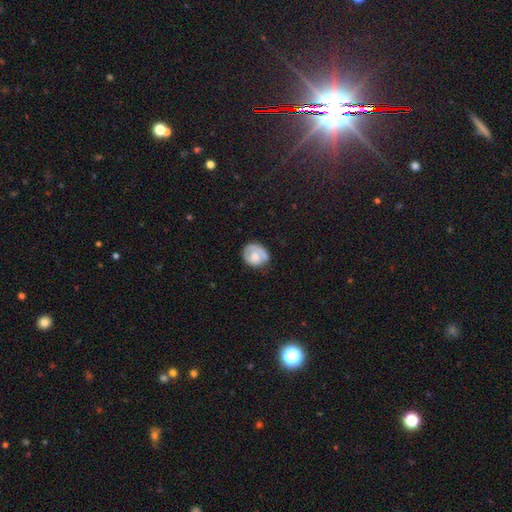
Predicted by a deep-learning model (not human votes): Q: Smooth or featured?
A: smooth (50%); runner-up: featured or disk (42%)
Q: How rounded?
A: round (68%); runner-up: in between (31%)
Q: Merging?
A: none (63%); runner-up: minor disturbance (26%)